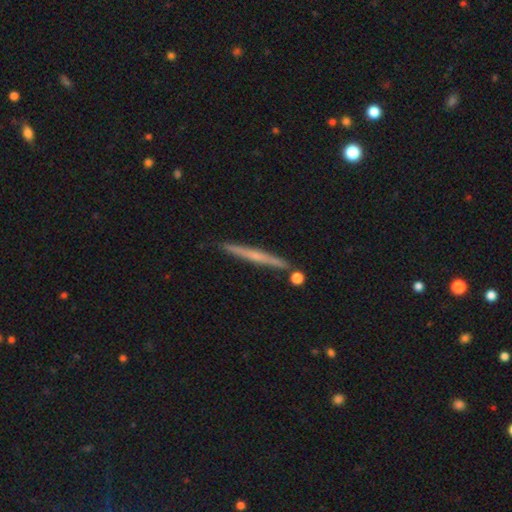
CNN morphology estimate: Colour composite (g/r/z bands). It shows a featured or disk galaxy (54%) viewed edge-on (97%) with no central bulge (65%). Merging: none (87%).